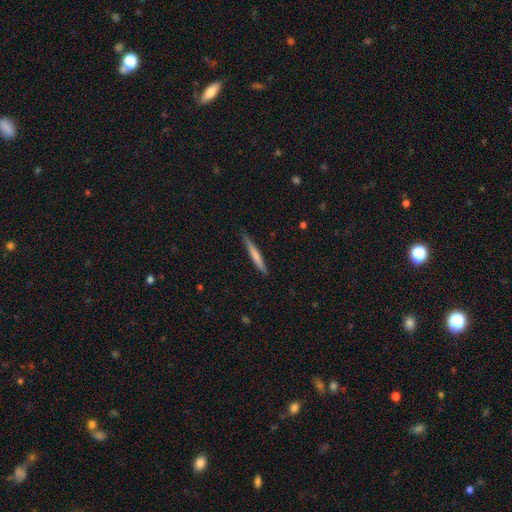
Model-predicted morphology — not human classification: type=smooth (65%); roundness=cigar-shaped (96%); merging=none (86%).